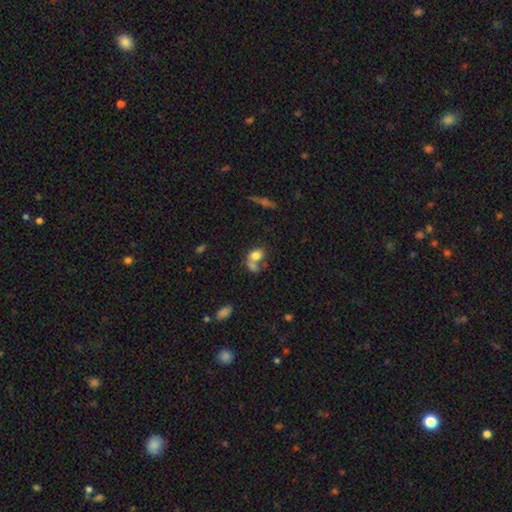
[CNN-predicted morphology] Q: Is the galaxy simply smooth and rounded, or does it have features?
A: smooth — 72%.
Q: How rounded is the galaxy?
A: in between — 66%.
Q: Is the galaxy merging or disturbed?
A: merger — 51%.